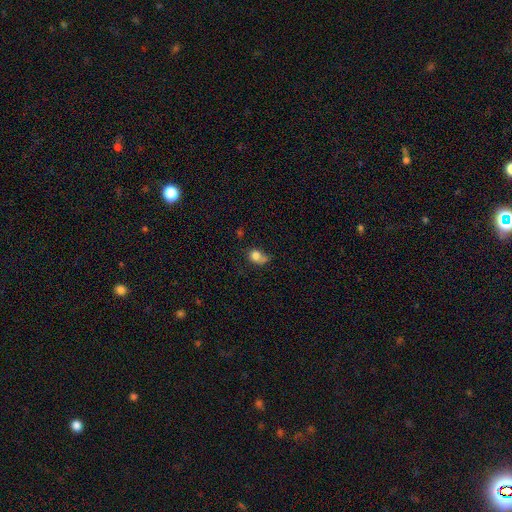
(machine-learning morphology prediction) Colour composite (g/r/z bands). It shows a smooth galaxy with no disk features (78%) that is round (50%). Merging: none (34%).